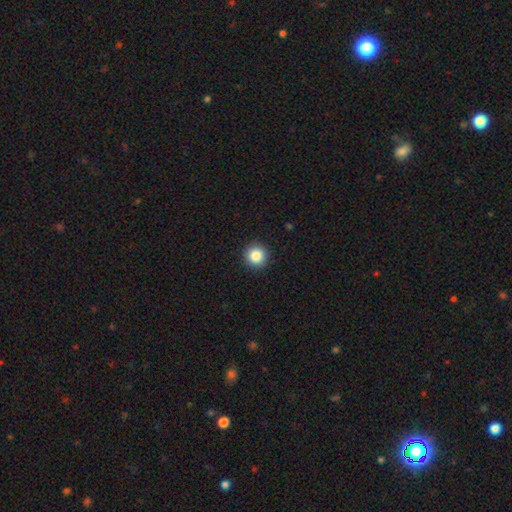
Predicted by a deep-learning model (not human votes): Smooth or featured? smooth (86%)
How rounded? round (95%)
Merging? none (92%)